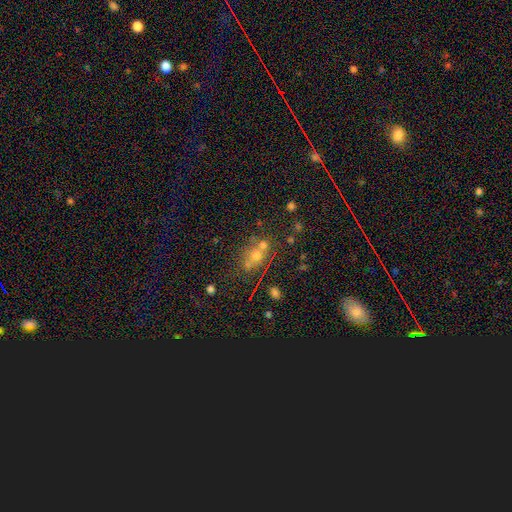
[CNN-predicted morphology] type=smooth (50%); roundness=round (67%); merging=none (49%).